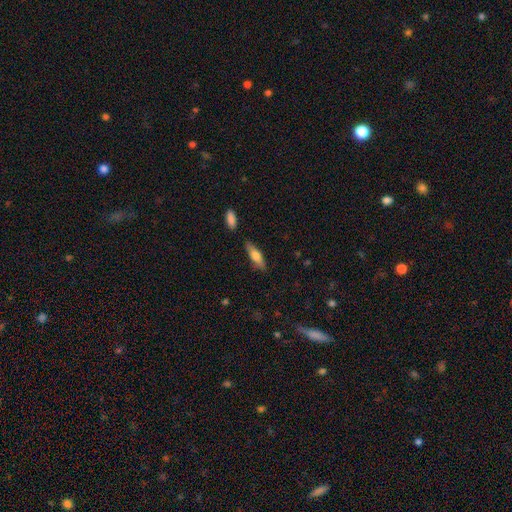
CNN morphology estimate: This appears to be a smooth galaxy with no disk features (64%) that is cigar-shaped (60%). Merging: none (83%).